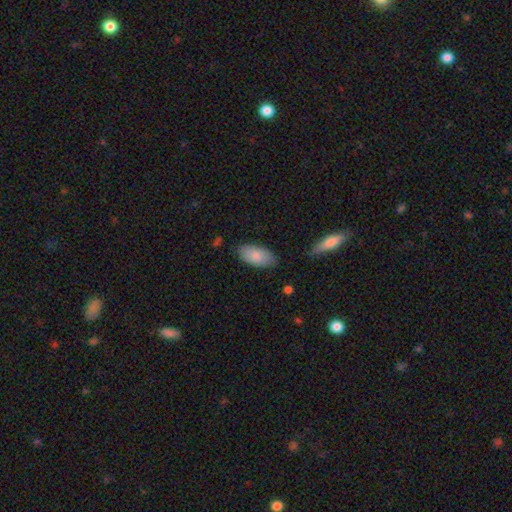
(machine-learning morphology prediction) smooth 83%, featured or disk 11%, star or artifact 6%. Down the decision tree: how rounded — in between (94%); merging — none (82%).